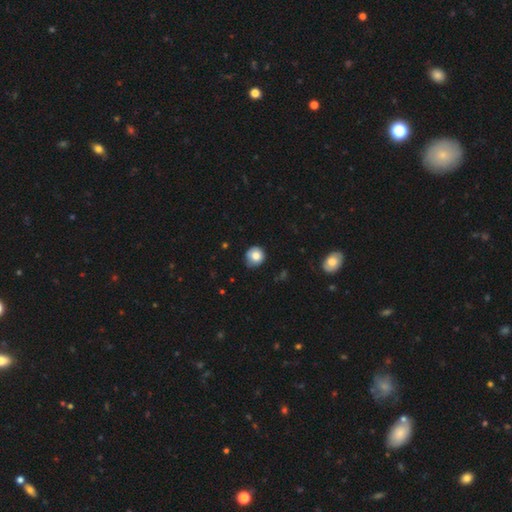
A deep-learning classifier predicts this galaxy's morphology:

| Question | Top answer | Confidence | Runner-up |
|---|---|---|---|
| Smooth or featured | smooth | 81% | featured or disk (10%) |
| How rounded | round | 89% | in between (10%) |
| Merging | none | 75% | minor disturbance (20%) |